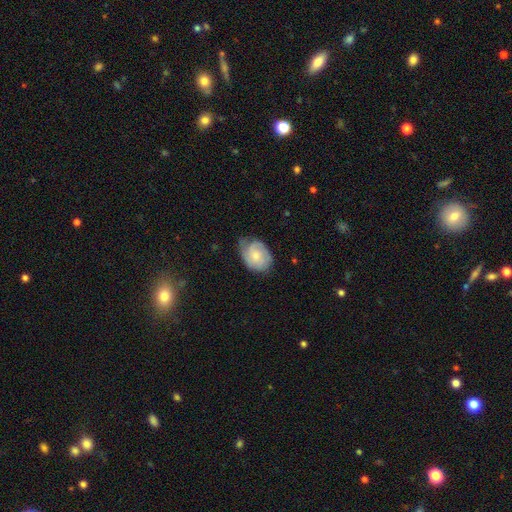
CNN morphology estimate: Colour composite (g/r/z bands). It shows a featured or disk galaxy (61%) with no bar (74%), 2 (37%) tight (54%) spiral arms (89%) and a small central bulge (59%). Merging: none (55%).